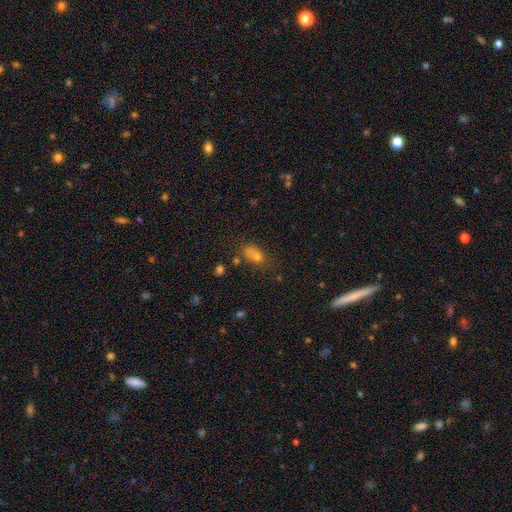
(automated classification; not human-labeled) smooth_or_featured: smooth (p=0.65) [alt: star or artifact p=0.23]
how_rounded: in between (p=0.71) [alt: round p=0.24]
merging: none (p=0.61) [alt: minor disturbance p=0.20]